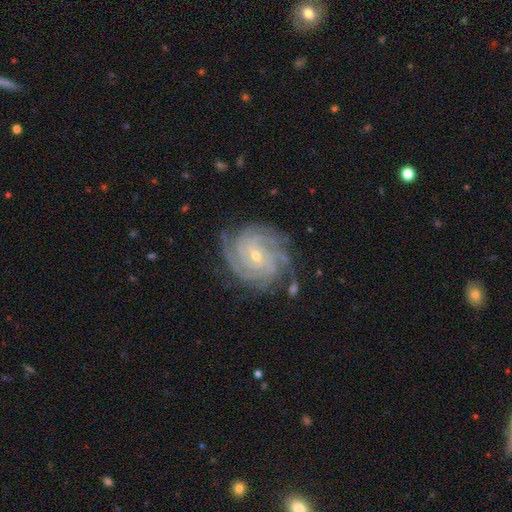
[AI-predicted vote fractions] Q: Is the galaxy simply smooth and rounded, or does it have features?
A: featured or disk — 91%.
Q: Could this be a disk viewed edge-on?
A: no — 98%.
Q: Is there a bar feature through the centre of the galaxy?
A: no — 49%.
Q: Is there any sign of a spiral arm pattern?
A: yes — 99%.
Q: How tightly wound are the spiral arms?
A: tight — 84%.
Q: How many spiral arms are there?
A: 4 — 37%.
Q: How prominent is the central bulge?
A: small — 60%.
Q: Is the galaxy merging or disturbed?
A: none — 82%.